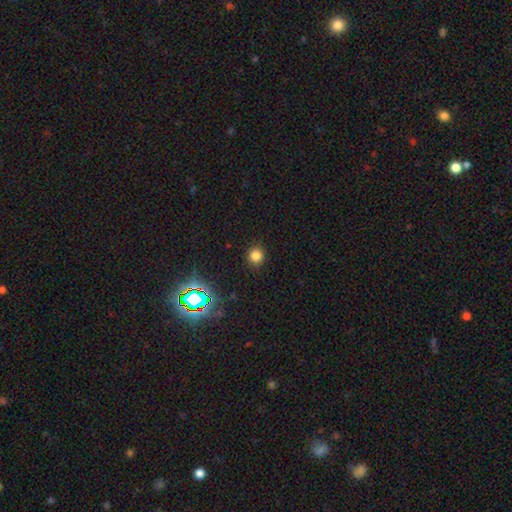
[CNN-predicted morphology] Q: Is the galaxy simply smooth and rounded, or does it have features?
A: smooth — 77%.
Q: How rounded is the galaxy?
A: round — 90%.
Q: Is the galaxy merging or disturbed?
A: none — 90%.